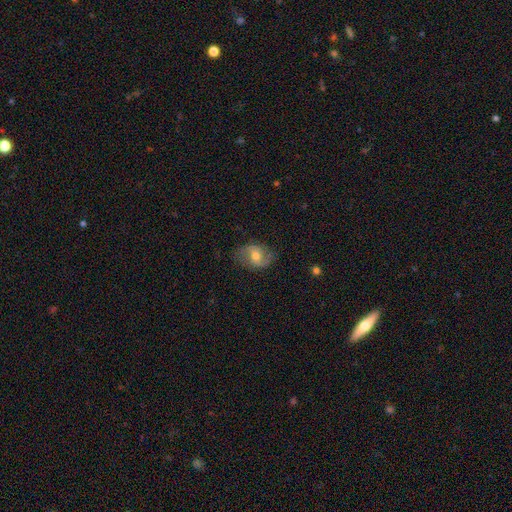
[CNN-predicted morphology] A featured or disk galaxy (65%) with a weak bar (44%, tied with no), 2 (87%) medium (43%) spiral arms (88%) and a moderate central bulge (68%). Merging: none (72%).